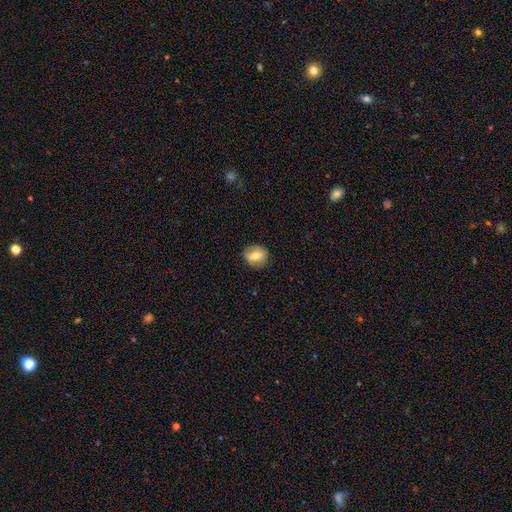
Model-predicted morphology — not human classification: Q: Smooth or featured?
A: smooth (65%); runner-up: featured or disk (26%)
Q: How rounded?
A: round (76%); runner-up: in between (23%)
Q: Merging?
A: none (84%); runner-up: minor disturbance (12%)